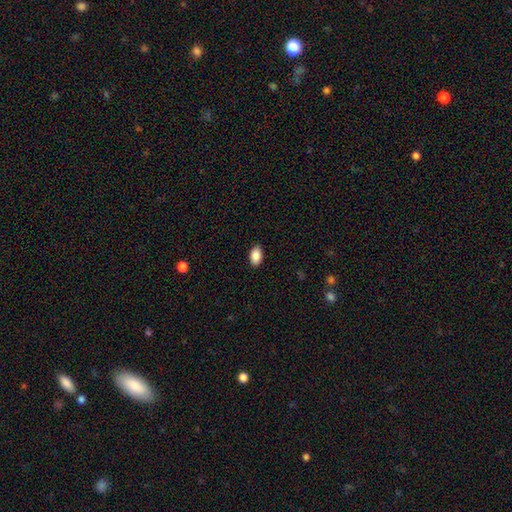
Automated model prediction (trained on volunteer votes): This appears to be a smooth galaxy with no disk features (88%) that is in between round and cigar-shaped (93%). Merging: none (89%).